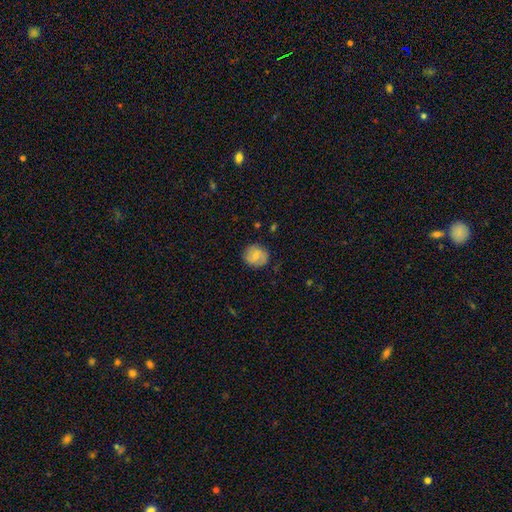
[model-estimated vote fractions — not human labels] smooth 63%, featured or disk 29%, star or artifact 8%. Down the decision tree: how rounded — round (87%); merging — none (84%).